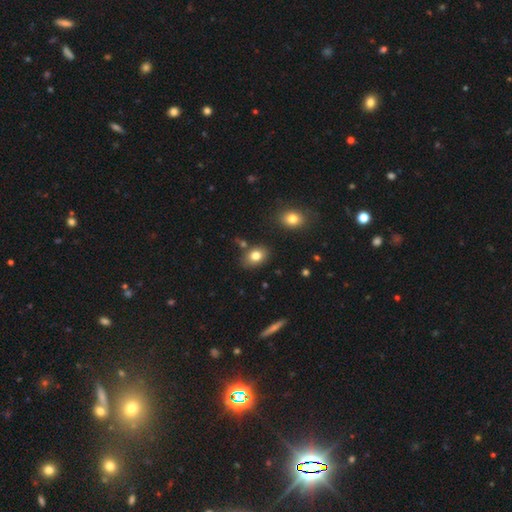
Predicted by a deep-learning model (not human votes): smooth 80%, featured or disk 10%, star or artifact 10%. Down the decision tree: how rounded — in between (71%); merging — none (78%).